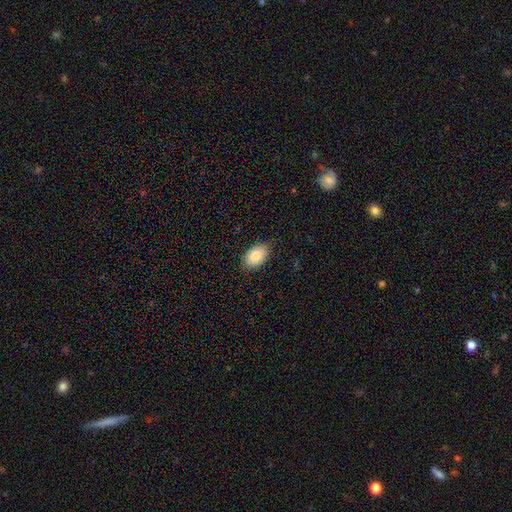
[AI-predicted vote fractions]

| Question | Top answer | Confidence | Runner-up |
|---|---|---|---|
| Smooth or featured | smooth | 85% | featured or disk (8%) |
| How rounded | in between | 90% | round (9%) |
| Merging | none | 82% | minor disturbance (15%) |